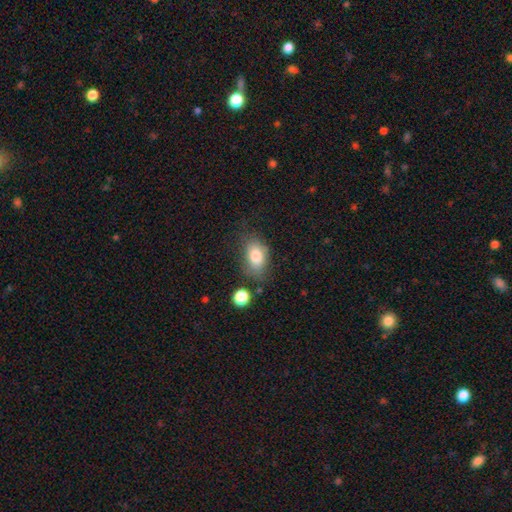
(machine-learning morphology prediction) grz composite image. It shows a smooth galaxy with no disk features (80%) that is in between round and cigar-shaped (85%). Merging: none (65%).